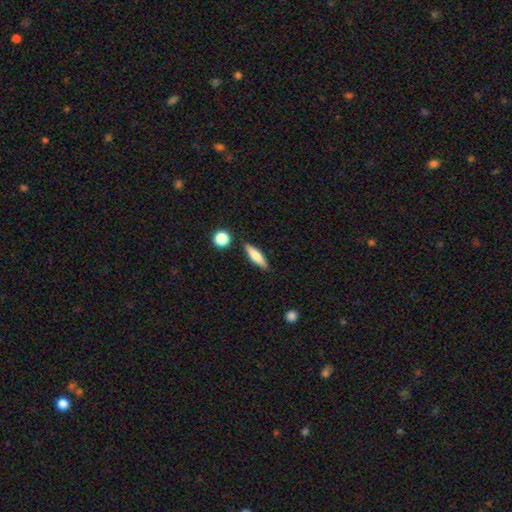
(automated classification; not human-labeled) Smooth or featured? Predicted: smooth (p=0.67). How rounded? Predicted: cigar-shaped (p=0.71). Merging? Predicted: none (p=0.85).